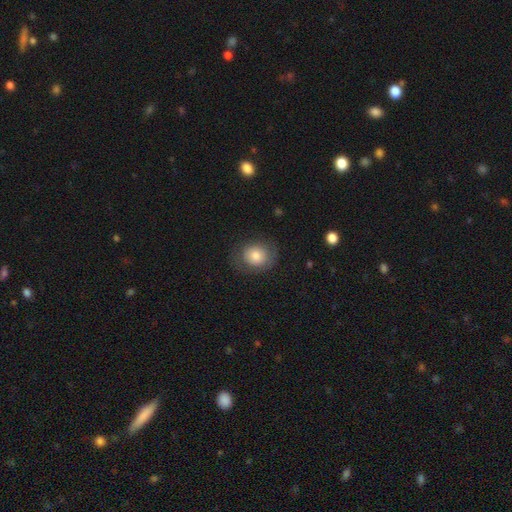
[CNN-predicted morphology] smooth_or_featured: smooth (p=0.77) [alt: featured or disk p=0.15]
how_rounded: round (p=0.68) [alt: in between p=0.31]
merging: none (p=0.75) [alt: minor disturbance p=0.16]